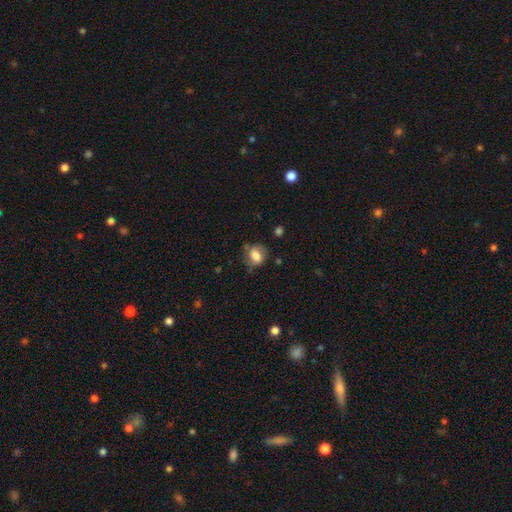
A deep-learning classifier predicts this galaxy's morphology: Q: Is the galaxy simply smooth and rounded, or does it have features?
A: smooth — 70%.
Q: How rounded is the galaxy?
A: in between — 63%.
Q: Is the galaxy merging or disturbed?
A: none — 55%.